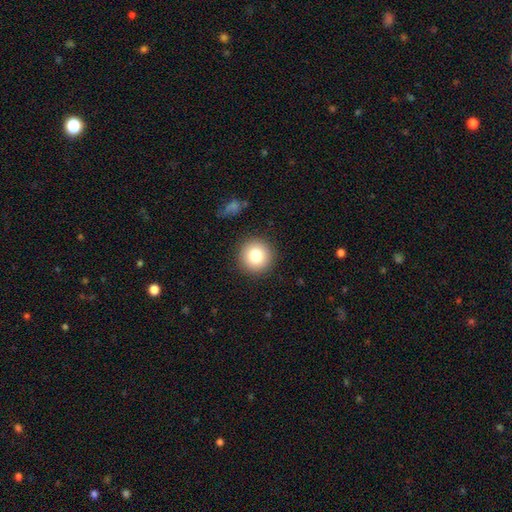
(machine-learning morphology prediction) smooth 80%, star or artifact 10%, featured or disk 10%. Down the decision tree: how rounded — round (95%); merging — none (90%).